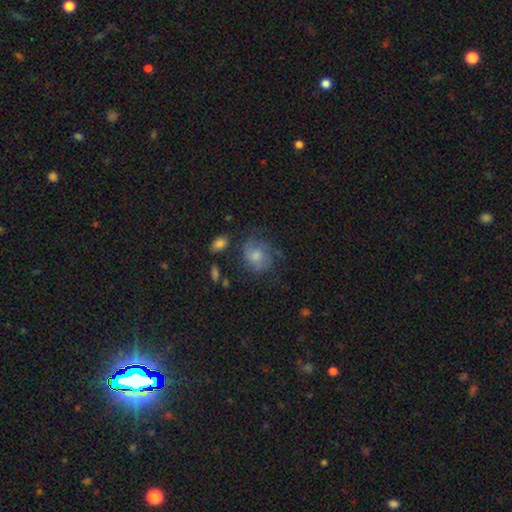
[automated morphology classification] Smooth or featured? Predicted: featured or disk (p=0.49). Merging? Predicted: none (p=0.61).